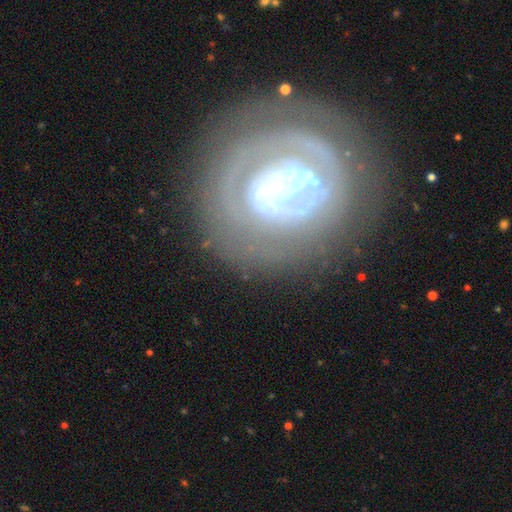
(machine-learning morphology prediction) Smooth or featured: featured or disk — 79% (smooth — 15%)
Edge-on disk: no — 95% (yes — 5%)
Bar: strong — 44% (weak — 32%)
Spiral arms: yes — 65% (no — 35%)
Bulge size: small — 43% (moderate — 38%)
Merging: none — 76% (minor disturbance — 13%)